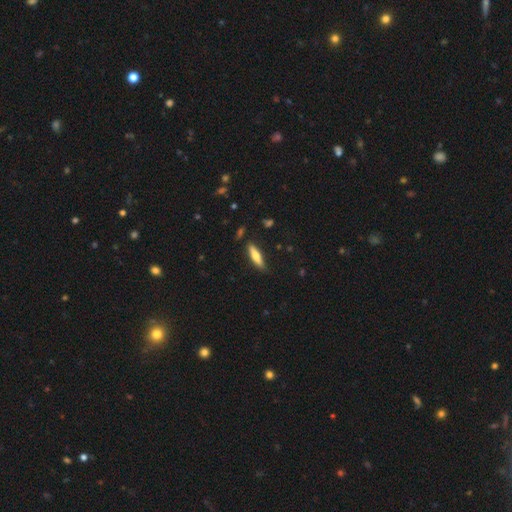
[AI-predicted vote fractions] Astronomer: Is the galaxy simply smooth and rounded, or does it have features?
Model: smooth — 66%.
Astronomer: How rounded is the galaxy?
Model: cigar-shaped — 67%.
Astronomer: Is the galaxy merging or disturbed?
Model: none — 82%.